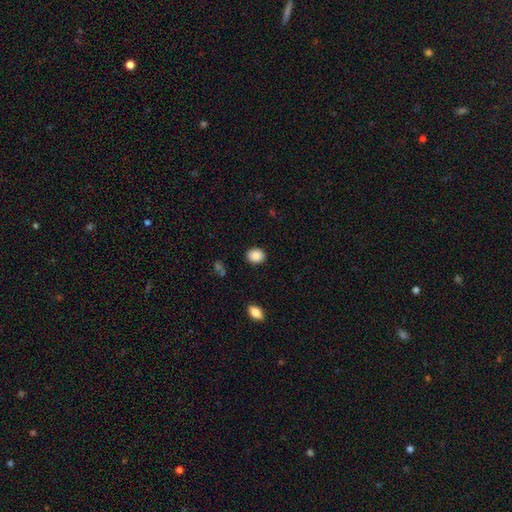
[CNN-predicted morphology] Q: Smooth or featured?
A: smooth (86%); runner-up: star or artifact (8%)
Q: How rounded?
A: round (62%); runner-up: in between (37%)
Q: Merging?
A: none (90%); runner-up: minor disturbance (7%)